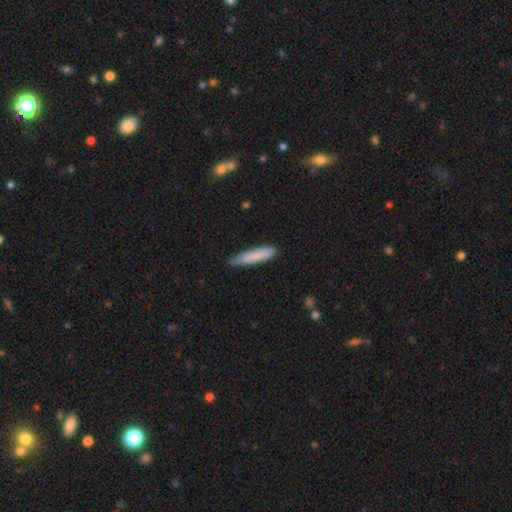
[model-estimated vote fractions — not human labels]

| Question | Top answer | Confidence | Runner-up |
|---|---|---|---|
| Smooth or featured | smooth | 81% | featured or disk (13%) |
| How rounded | cigar-shaped | 87% | in between (12%) |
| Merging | none | 77% | minor disturbance (18%) |